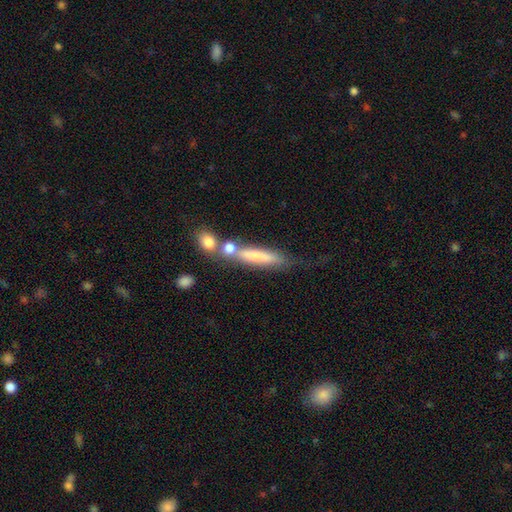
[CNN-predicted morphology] Smooth or featured? smooth (64%)
How rounded? cigar-shaped (84%)
Merging? none (50%)